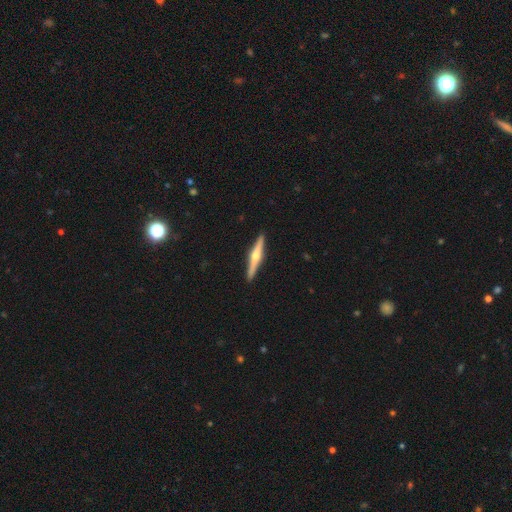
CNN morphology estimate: Smooth or featured?
  - featured or disk: 71% *
  - smooth: 24%
  - star or artifact: 5%
Edge-on disk?
  - yes: 98% *
  - no: 2%
Edge-on bulge?
  - rounded: 92% *
  - none: 4%
  - boxy: 4%
Merging?
  - none: 92% *
  - minor disturbance: 6%
  - major disturbance: 1%
  - merger: 1%